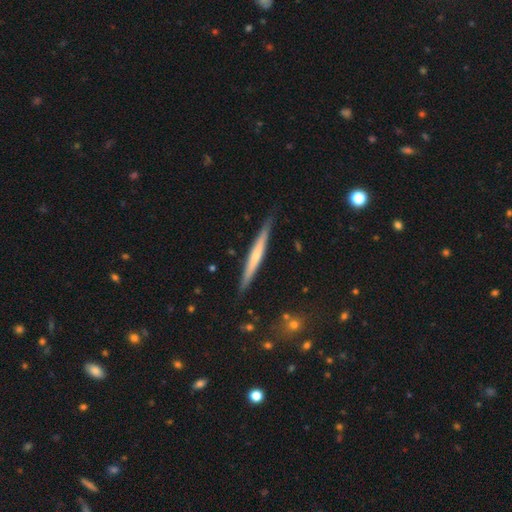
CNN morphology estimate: Smooth or featured?
  - featured or disk: 54% *
  - smooth: 41%
  - star or artifact: 6%
Edge-on disk?
  - yes: 97% *
  - no: 3%
Edge-on bulge?
  - none: 59% *
  - rounded: 33%
  - boxy: 8%
Merging?
  - none: 88% *
  - minor disturbance: 9%
  - major disturbance: 2%
  - merger: 1%